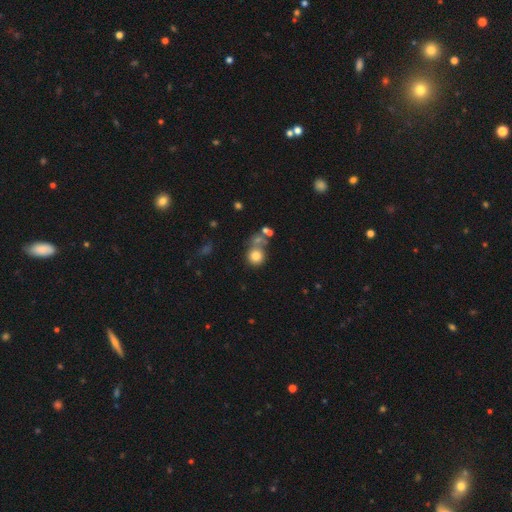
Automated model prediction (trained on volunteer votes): The model was most divided on "merging": none: 52%, merger: 27%, minor disturbance: 13%, major disturbance: 8%. More confident: how rounded — round (84%); smooth or featured — smooth (78%).